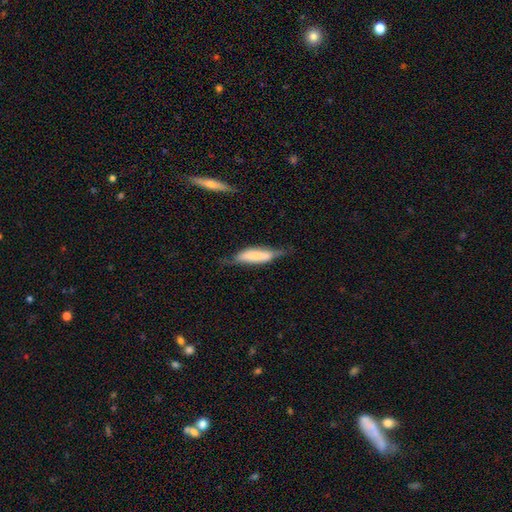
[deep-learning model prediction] The model was most divided on "merging": none: 51%, minor disturbance: 32%, major disturbance: 14%, merger: 3%. More confident: how rounded — cigar-shaped (62%); smooth or featured — smooth (58%).